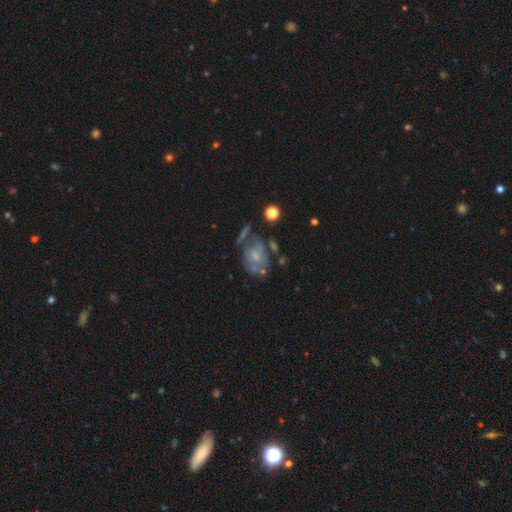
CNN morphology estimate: type=featured or disk (56%); edge-on=no (96%); bar=no (80%); spiral arms=no (55%); bulge=small (56%); merging=none (37%).